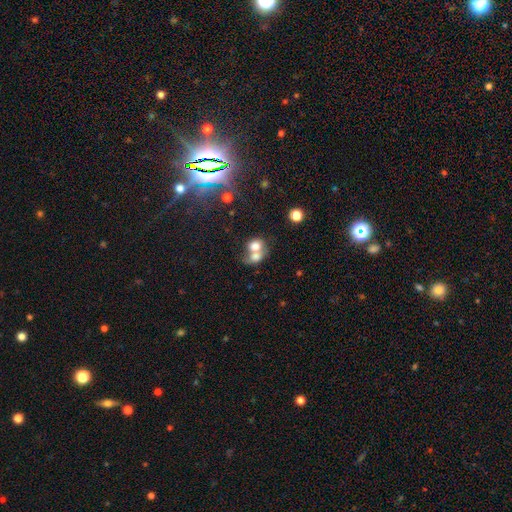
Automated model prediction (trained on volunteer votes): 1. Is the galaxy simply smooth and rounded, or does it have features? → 69% smooth, 19% featured or disk, 11% star or artifact.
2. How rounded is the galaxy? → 54% round, 45% in between, 1% cigar-shaped.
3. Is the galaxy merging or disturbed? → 70% merger, 19% none, 6% minor disturbance, 5% major disturbance.